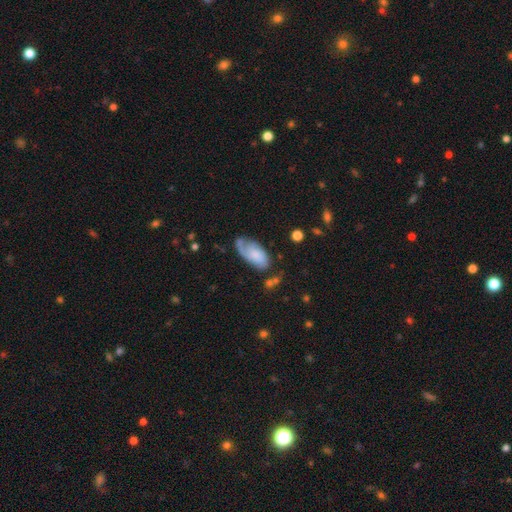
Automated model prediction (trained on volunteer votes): featured or disk 49%, smooth 44%, star or artifact 7%. Down the decision tree: merging — none (44%).